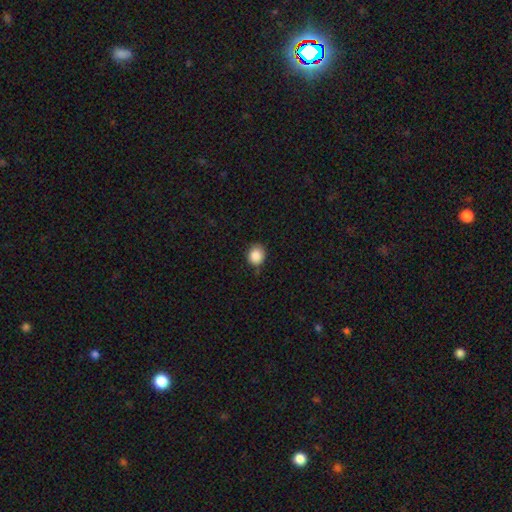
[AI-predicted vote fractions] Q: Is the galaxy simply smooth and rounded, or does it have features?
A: smooth — 87%.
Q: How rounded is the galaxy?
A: round — 75%.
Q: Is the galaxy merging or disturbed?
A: none — 77%.